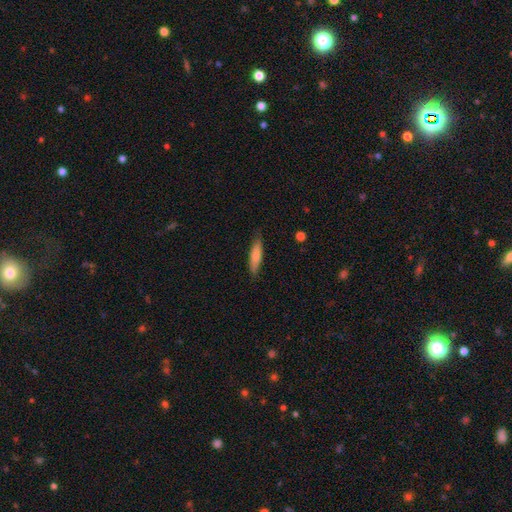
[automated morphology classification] smooth_or_featured: smooth (p=0.74) [alt: featured or disk p=0.20]
how_rounded: cigar-shaped (p=0.76) [alt: in between p=0.22]
merging: none (p=0.84) [alt: minor disturbance p=0.13]